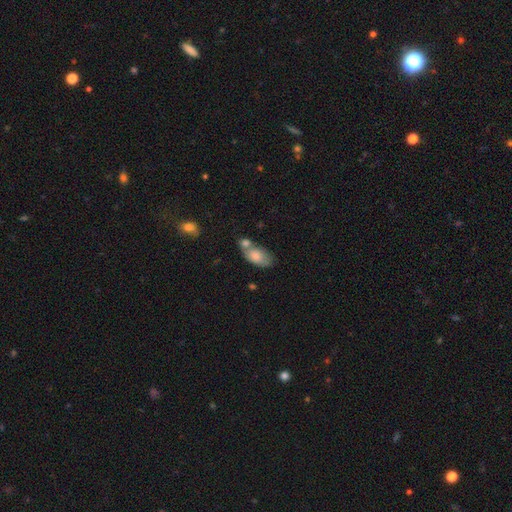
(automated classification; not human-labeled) Smooth or featured: smooth — 78% (featured or disk — 15%)
How rounded: in between — 91% (cigar-shaped — 5%)
Merging: merger — 40% (none — 36%)